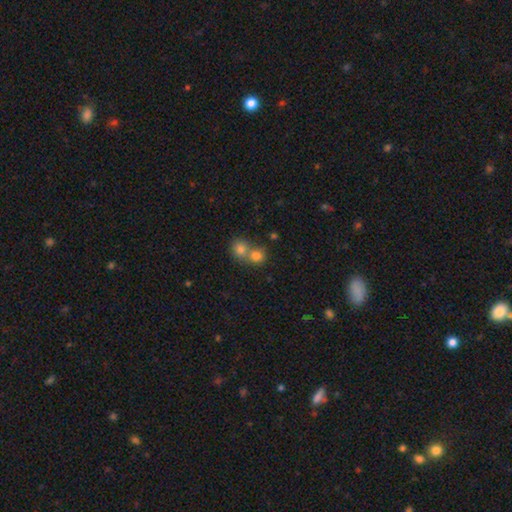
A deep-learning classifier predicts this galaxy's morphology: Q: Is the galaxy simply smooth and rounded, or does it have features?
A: smooth — 78%.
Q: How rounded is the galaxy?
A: round — 78%.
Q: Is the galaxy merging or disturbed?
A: merger — 58%.